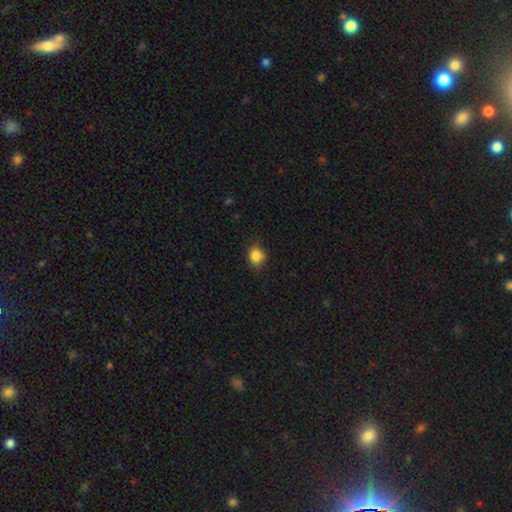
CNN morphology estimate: A smooth galaxy with no disk features (83%) that is round (58%).

Vote fractions:
- Smooth or featured? smooth: 83% / star or artifact: 10% / featured or disk: 7%
- How rounded? round: 58% / in between: 41% / cigar-shaped: 1%
- Merging? none: 69% / minor disturbance: 24% / major disturbance: 4% / merger: 3%